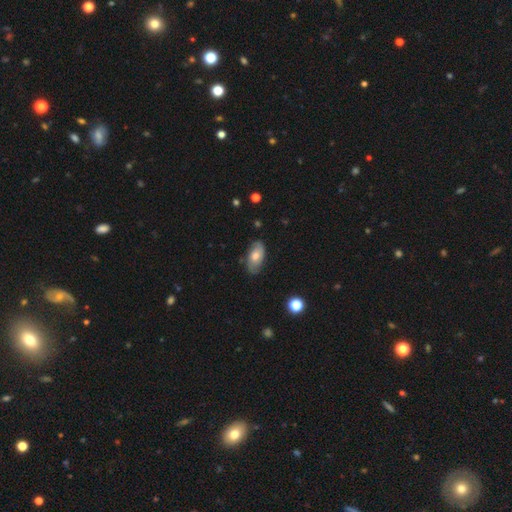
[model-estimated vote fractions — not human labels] The model was most divided on "smooth or featured": smooth: 57%, featured or disk: 36%, star or artifact: 7%. More confident: how rounded — in between (92%); merging — none (78%).